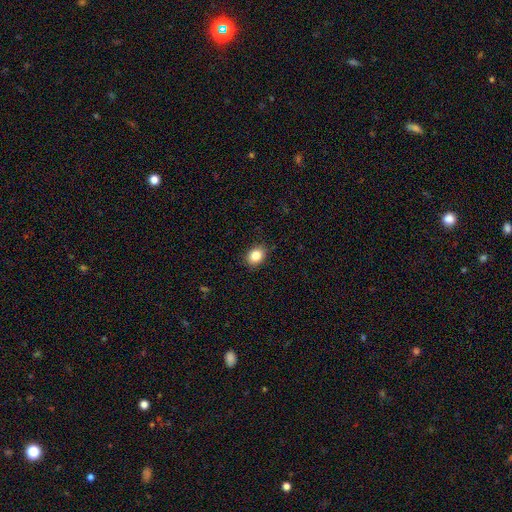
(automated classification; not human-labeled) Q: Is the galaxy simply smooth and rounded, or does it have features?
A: smooth — 85%.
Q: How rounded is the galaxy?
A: in between — 62%.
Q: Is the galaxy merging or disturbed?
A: none — 87%.